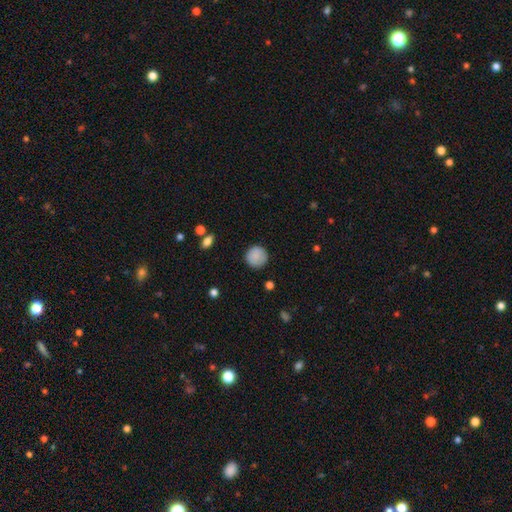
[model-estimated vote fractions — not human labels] smooth_or_featured: smooth (p=0.86) [alt: star or artifact p=0.08]
how_rounded: round (p=0.94) [alt: in between p=0.05]
merging: none (p=0.86) [alt: minor disturbance p=0.11]